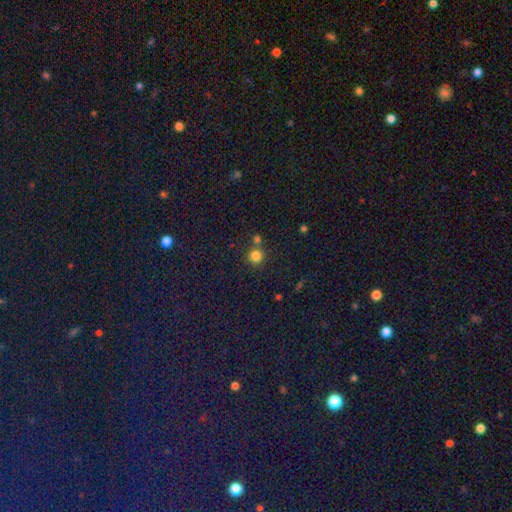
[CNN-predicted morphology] Smooth or featured? Predicted: smooth (p=0.80). How rounded? Predicted: round (p=0.92). Merging? Predicted: none (p=0.68).